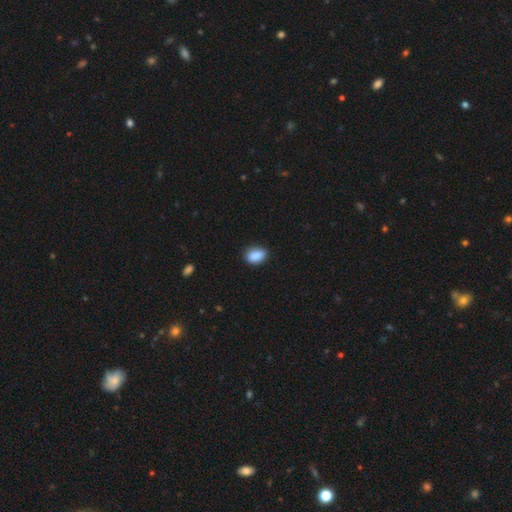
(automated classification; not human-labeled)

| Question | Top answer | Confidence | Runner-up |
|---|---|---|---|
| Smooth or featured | smooth | 89% | star or artifact (8%) |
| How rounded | in between | 81% | round (17%) |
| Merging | none | 83% | minor disturbance (13%) |